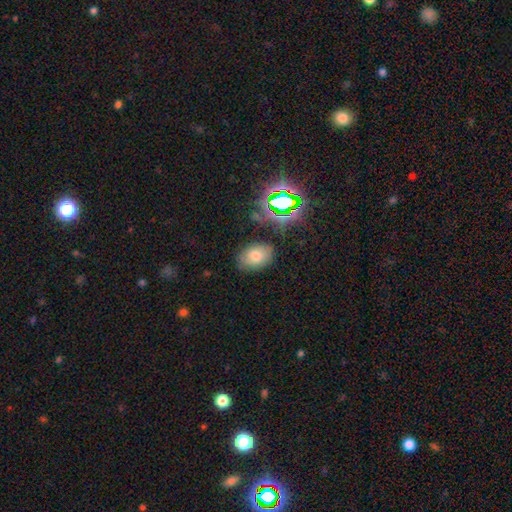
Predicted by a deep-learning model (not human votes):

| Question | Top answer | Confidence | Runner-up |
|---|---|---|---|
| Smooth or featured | smooth | 66% | star or artifact (21%) |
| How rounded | in between | 81% | round (18%) |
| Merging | none | 80% | minor disturbance (14%) |